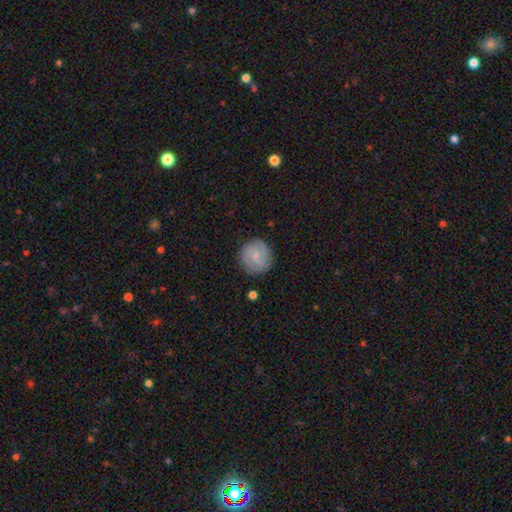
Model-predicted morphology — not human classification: This is possibly a smooth galaxy (55%). How rounded: clearly round (92%). Merging: clearly none (85%).